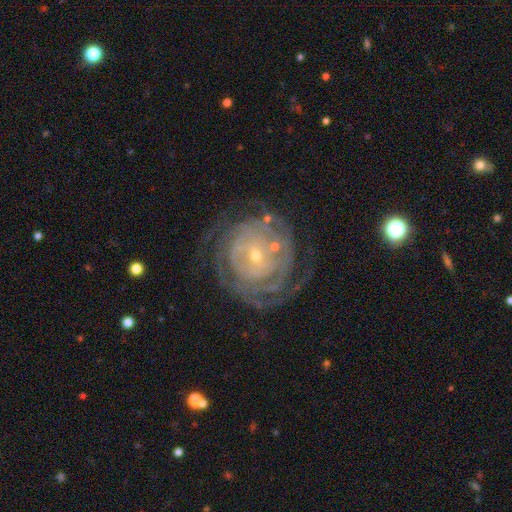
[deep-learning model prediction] Smooth or featured?
  - featured or disk: 84% *
  - smooth: 9%
  - star or artifact: 7%
Edge-on disk?
  - no: 97% *
  - yes: 3%
Bar?
  - no: 67% *
  - weak: 24%
  - strong: 9%
Spiral arms?
  - yes: 92% *
  - no: 8%
Spiral winding?
  - tight: 79% *
  - medium: 16%
  - loose: 5%
Spiral arm count?
  - can't tell: 40% *
  - 2: 17%
  - 3: 14%
  - 4: 14%
  - more than 4: 9%
  - 1: 6%
Bulge size?
  - small: 81% *
  - moderate: 15%
  - large: 2%
  - none: 1%
  - dominant: 1%
Merging?
  - none: 69% *
  - minor disturbance: 17%
  - major disturbance: 11%
  - merger: 3%